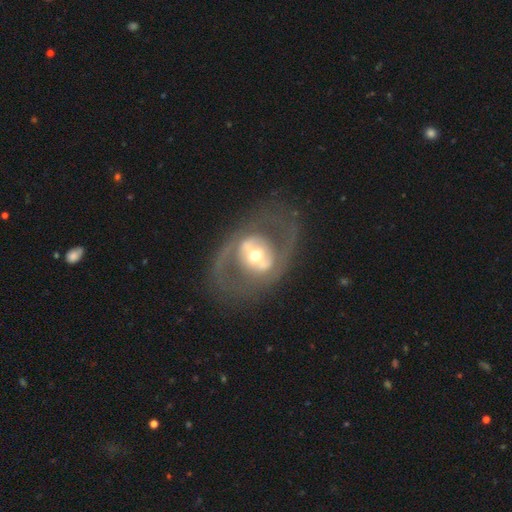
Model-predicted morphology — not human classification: type=featured or disk (76%); edge-on=no (93%); bar=no (34%, tied with strong); spiral arms=yes (51%); bulge=moderate (65%); merging=none (70%).